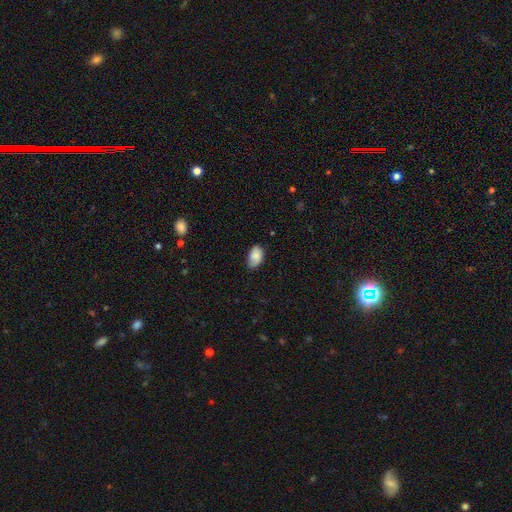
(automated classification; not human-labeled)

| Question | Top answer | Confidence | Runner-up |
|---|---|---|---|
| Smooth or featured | smooth | 83% | featured or disk (9%) |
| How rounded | in between | 90% | round (8%) |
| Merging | none | 66% | minor disturbance (28%) |